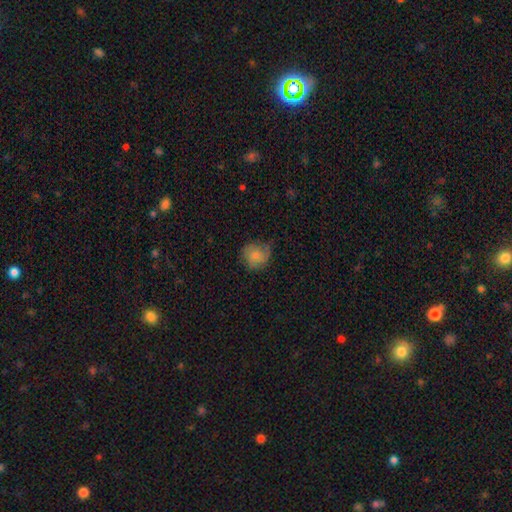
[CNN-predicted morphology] A smooth galaxy with no disk features (73%) that is round (82%). Merging: none (59%).